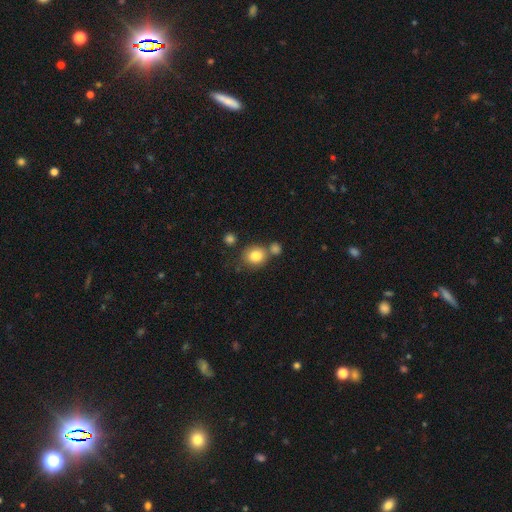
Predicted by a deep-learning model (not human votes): This appears to be a smooth galaxy with no disk features (82%) that is round (78%). Merging: none (60%).